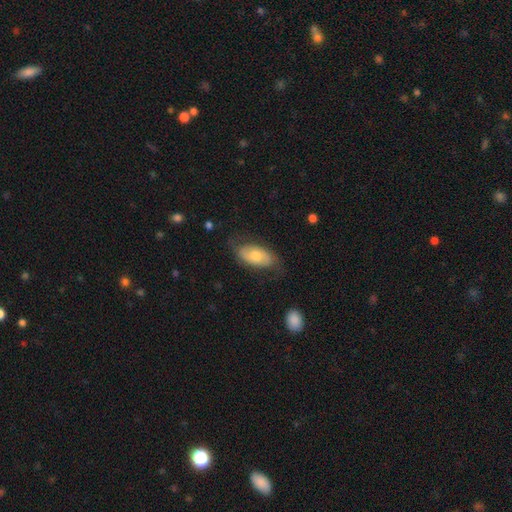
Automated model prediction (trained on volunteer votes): This appears to be a smooth galaxy with no disk features (50%) that is in between round and cigar-shaped (92%). Merging: none (67%).